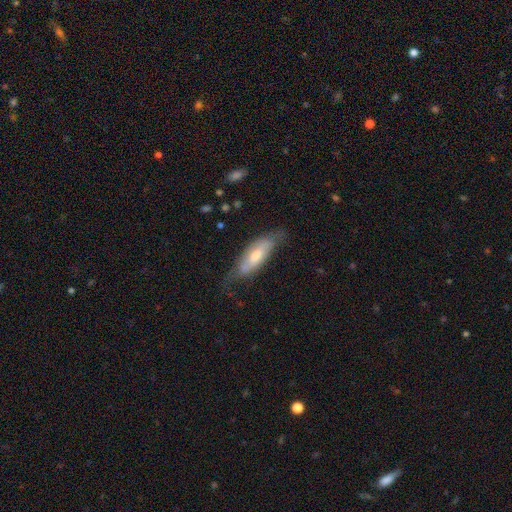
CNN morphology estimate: This is possibly a featured or disk galaxy (47%, tied with smooth). Merging: possibly none (58%).